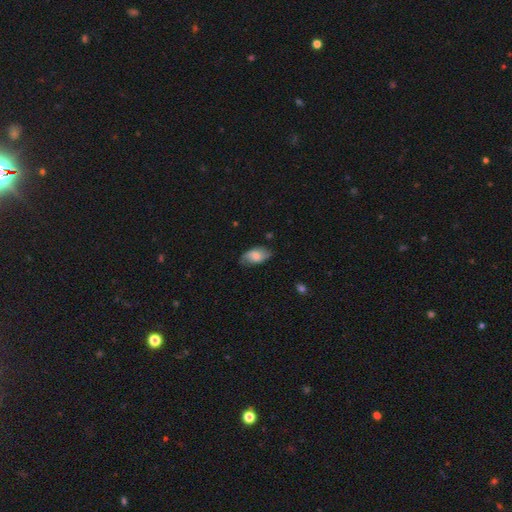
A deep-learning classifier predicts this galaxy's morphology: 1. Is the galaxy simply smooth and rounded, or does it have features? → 64% smooth, 29% featured or disk, 7% star or artifact.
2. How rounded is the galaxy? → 93% in between, 4% round, 3% cigar-shaped.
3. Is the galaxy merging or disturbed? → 72% none, 22% minor disturbance, 5% major disturbance, 1% merger.